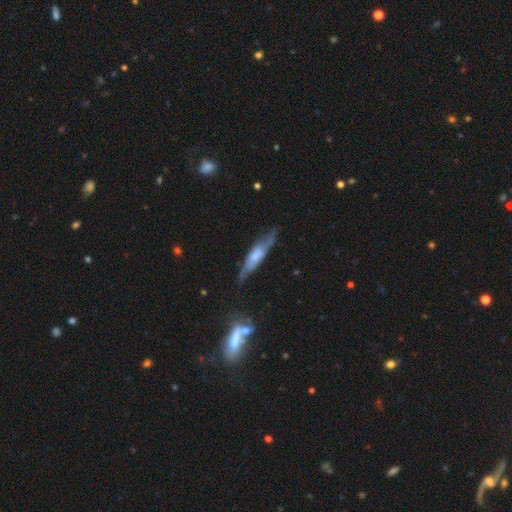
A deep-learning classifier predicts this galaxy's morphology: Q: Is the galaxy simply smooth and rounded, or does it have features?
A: featured or disk — 52%.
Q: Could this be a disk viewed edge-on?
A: yes — 59%.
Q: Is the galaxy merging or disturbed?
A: none — 64%.